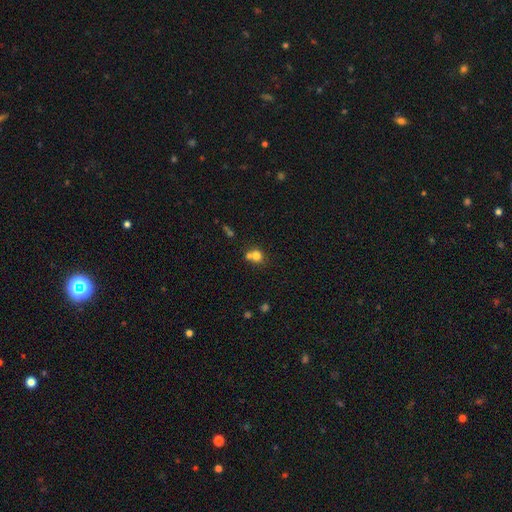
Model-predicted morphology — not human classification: smooth-or-featured: smooth: 76% | star or artifact: 13% | featured or disk: 11%
  how-rounded: round: 78% | in between: 21% | cigar-shaped: 1%
  merging: merger: 45% | none: 43% | minor disturbance: 9% | major disturbance: 4%